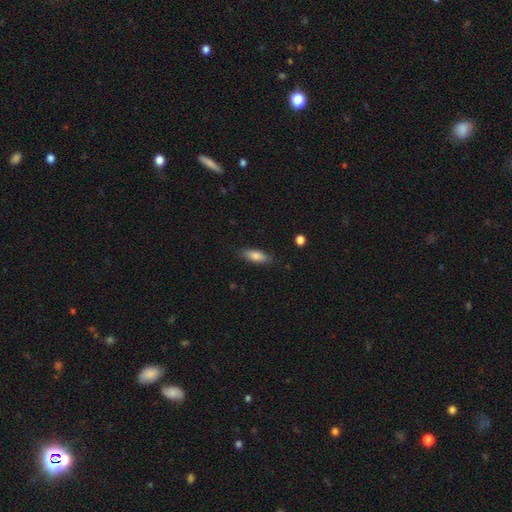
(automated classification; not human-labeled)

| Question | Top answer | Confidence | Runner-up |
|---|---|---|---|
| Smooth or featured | smooth | 82% | featured or disk (12%) |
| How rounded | in between | 71% | cigar-shaped (27%) |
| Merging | none | 83% | minor disturbance (13%) |